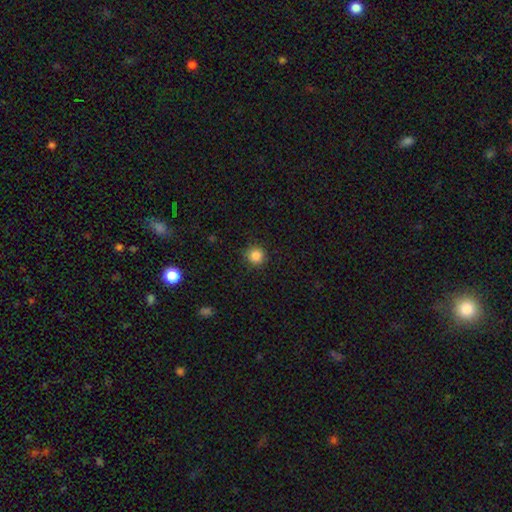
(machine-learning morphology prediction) smooth 85%, star or artifact 11%, featured or disk 4%. Down the decision tree: how rounded — round (94%); merging — none (90%).